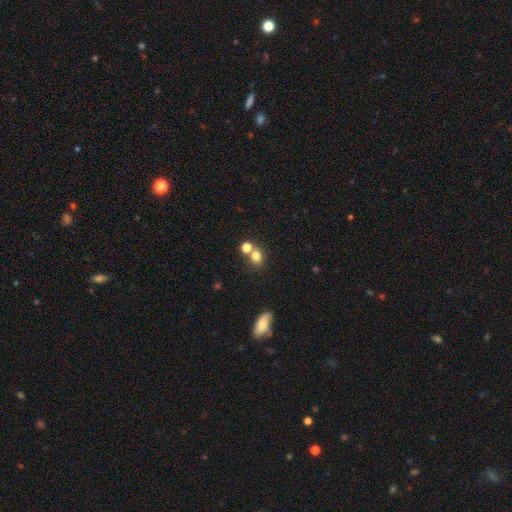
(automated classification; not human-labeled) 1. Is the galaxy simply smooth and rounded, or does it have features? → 77% smooth, 14% star or artifact, 9% featured or disk.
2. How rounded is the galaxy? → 65% round, 34% in between, 1% cigar-shaped.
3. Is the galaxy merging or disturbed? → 51% none, 36% merger, 9% minor disturbance, 4% major disturbance.